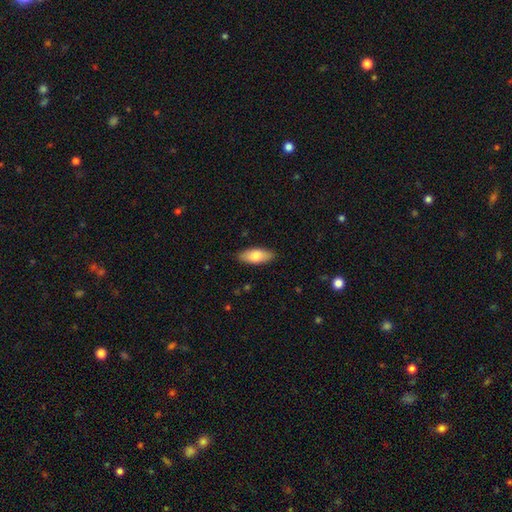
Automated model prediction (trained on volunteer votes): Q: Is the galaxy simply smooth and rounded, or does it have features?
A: smooth — 79%.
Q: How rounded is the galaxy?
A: in between — 82%.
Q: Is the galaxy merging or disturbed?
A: none — 88%.